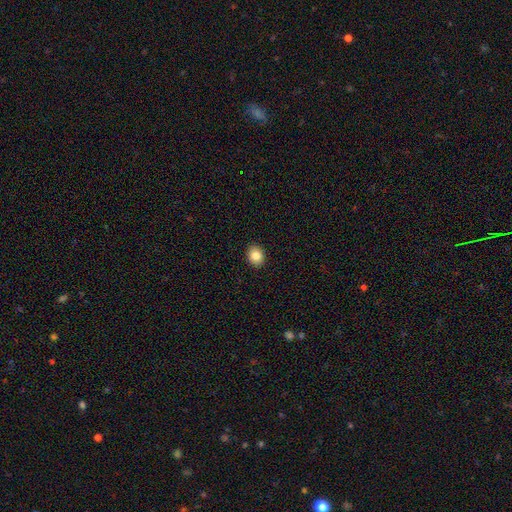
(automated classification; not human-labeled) This is clearly a smooth galaxy (84%). How rounded: possibly round (56%). Merging: clearly none (91%).